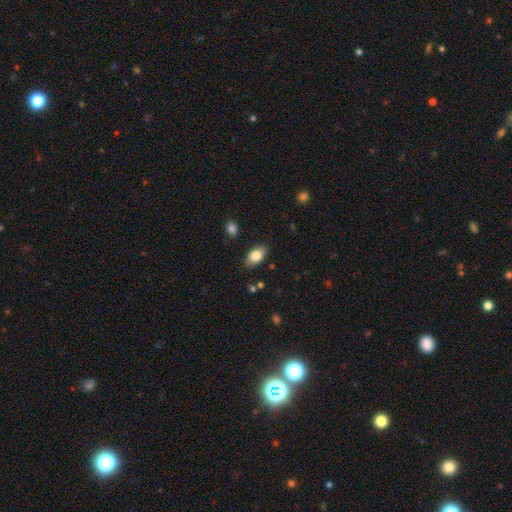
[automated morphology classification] smooth 81%, featured or disk 12%, star or artifact 7%. Down the decision tree: how rounded — in between (91%); merging — none (84%).